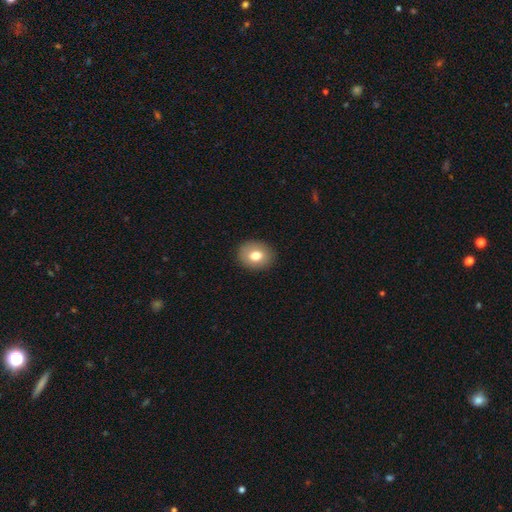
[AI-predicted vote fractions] Smooth or featured? smooth (77%)
How rounded? round (61%)
Merging? none (90%)